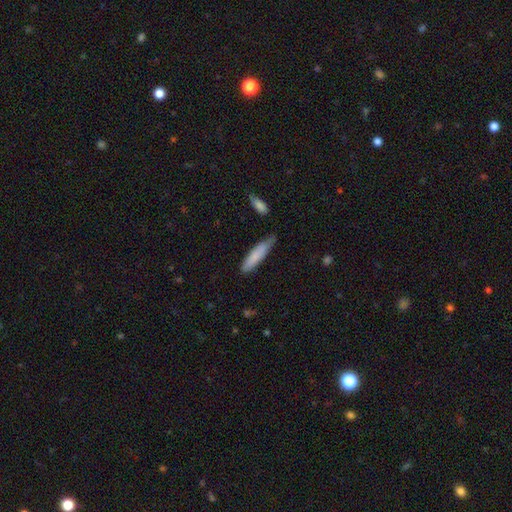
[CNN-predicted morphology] smooth 80%, featured or disk 14%, star or artifact 6%. Down the decision tree: how rounded — cigar-shaped (82%); merging — none (68%).